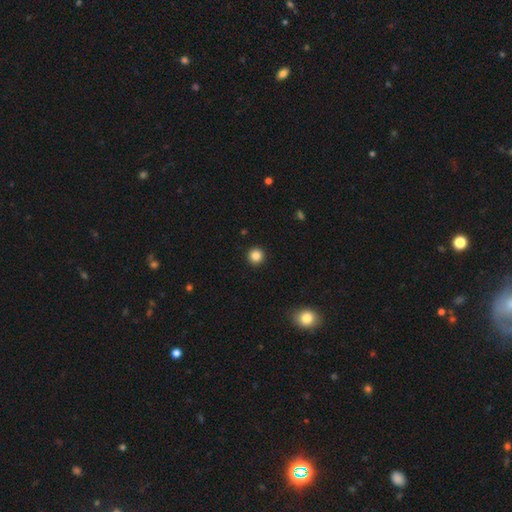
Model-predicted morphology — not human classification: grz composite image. It shows a smooth galaxy with no disk features (86%) that is round (96%). Merging: none (93%).